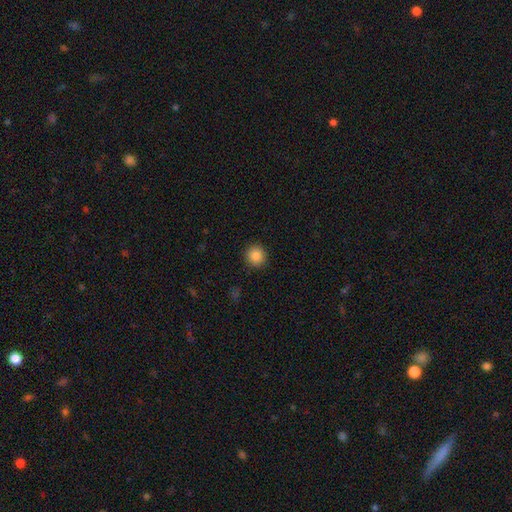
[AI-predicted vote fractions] Smooth or featured: smooth — 86% (star or artifact — 10%)
How rounded: round — 92% (in between — 7%)
Merging: none — 92% (minor disturbance — 6%)